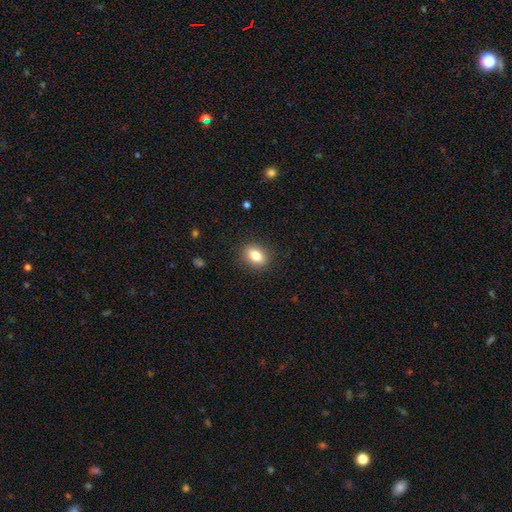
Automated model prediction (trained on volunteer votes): A smooth galaxy with no disk features (83%) that is in between round and cigar-shaped (72%).

Vote fractions:
- Smooth or featured? smooth: 83% / star or artifact: 9% / featured or disk: 8%
- How rounded? in between: 72% / round: 27% / cigar-shaped: 1%
- Merging? none: 87% / minor disturbance: 9% / major disturbance: 3% / merger: 1%